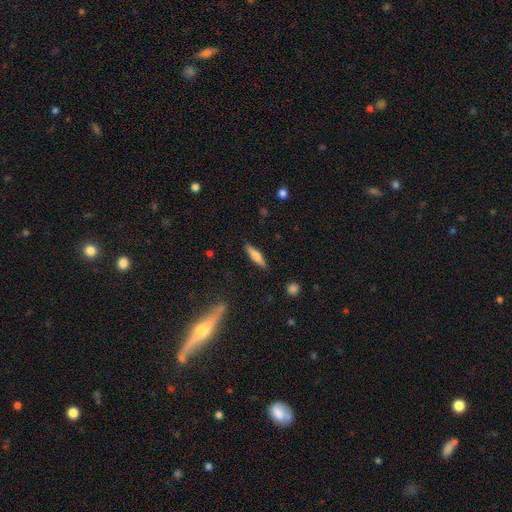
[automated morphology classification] Smooth or featured: smooth — 50% (featured or disk — 43%)
How rounded: cigar-shaped — 75% (in between — 22%)
Merging: none — 88% (minor disturbance — 8%)